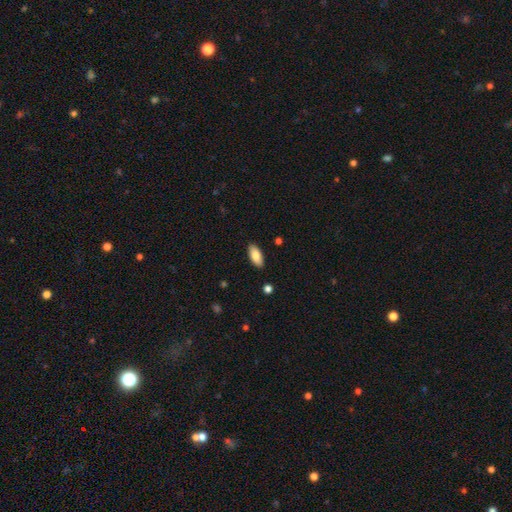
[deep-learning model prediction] This appears to be a smooth galaxy with no disk features (84%) that is in between round and cigar-shaped (89%). Merging: none (89%).